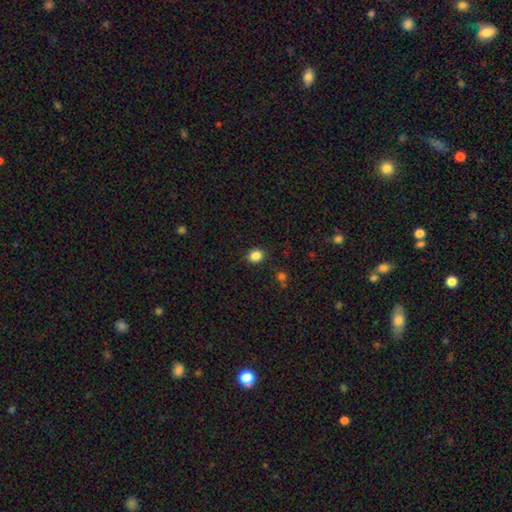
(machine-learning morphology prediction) Overall: smooth (85%). How rounded: round (77%). Merging: none (88%).